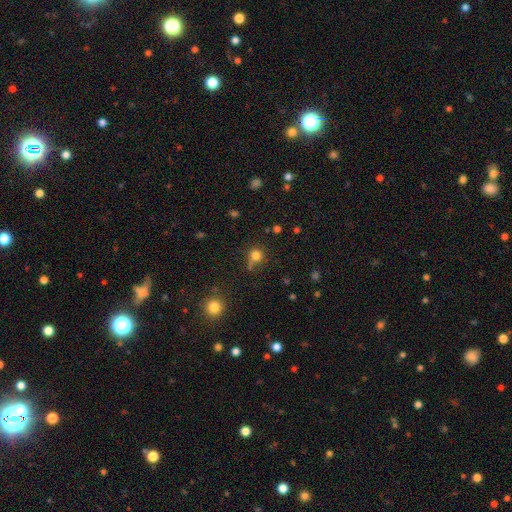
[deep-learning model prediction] smooth-or-featured: smooth: 77% | star or artifact: 16% | featured or disk: 6%
  how-rounded: round: 91% | in between: 8% | cigar-shaped: 1%
  merging: none: 68% | minor disturbance: 14% | merger: 13% | major disturbance: 6%